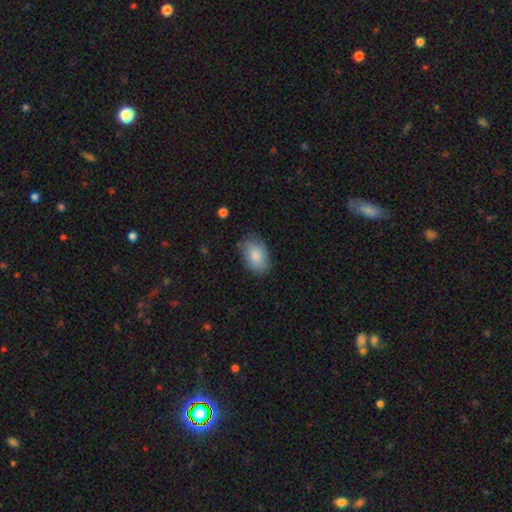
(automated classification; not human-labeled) This appears to be a smooth galaxy with no disk features (85%) that is in between round and cigar-shaped (89%). Merging: none (75%).